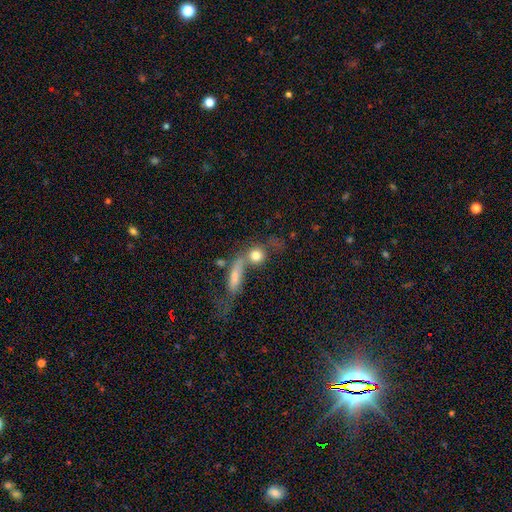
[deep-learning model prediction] Smooth or featured: smooth — 75% (featured or disk — 14%)
How rounded: round — 70% (in between — 21%)
Merging: merger — 42% (none — 36%)